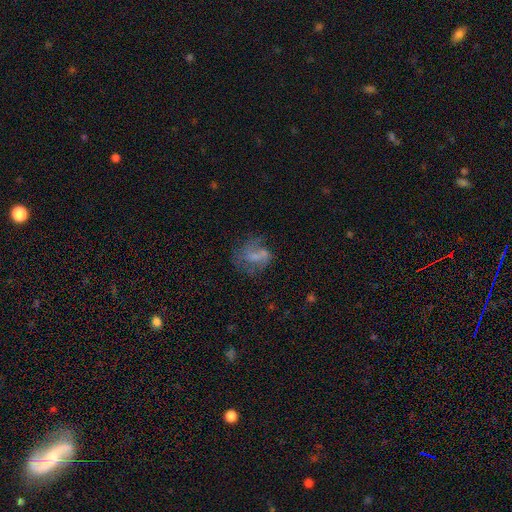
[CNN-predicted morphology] The model was most divided on "smooth or featured": featured or disk: 45%, smooth: 41%, star or artifact: 14%. Remaining: merging — none (39%).